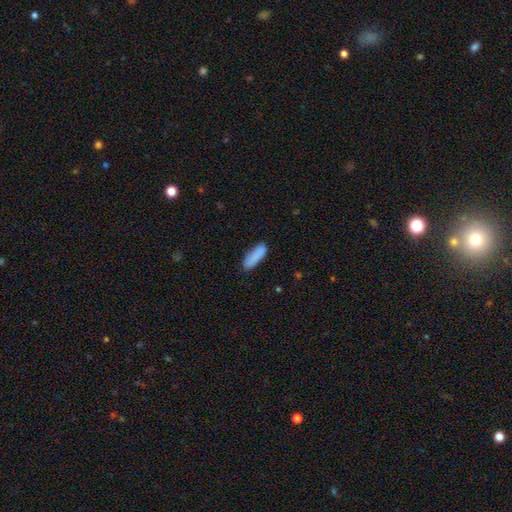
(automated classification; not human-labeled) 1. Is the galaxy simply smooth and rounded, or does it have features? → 88% smooth, 6% star or artifact, 6% featured or disk.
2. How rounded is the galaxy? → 54% in between, 44% cigar-shaped, 2% round.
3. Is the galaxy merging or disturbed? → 82% none, 14% minor disturbance, 3% major disturbance, 2% merger.